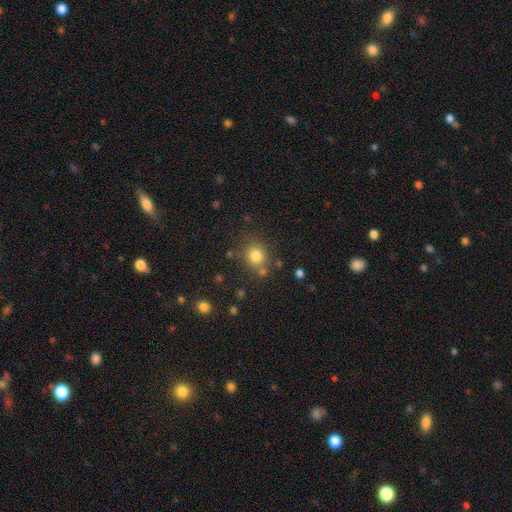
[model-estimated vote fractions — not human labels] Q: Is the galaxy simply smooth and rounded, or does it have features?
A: smooth — 81%.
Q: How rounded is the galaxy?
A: round — 82%.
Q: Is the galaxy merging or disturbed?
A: none — 74%.